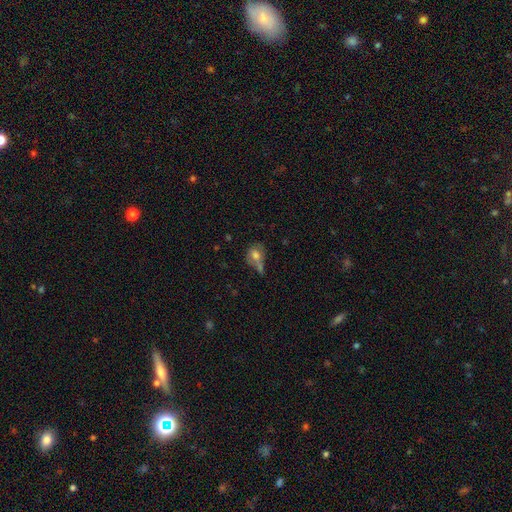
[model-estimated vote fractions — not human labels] Smooth or featured? Predicted: smooth (p=0.68). How rounded? Predicted: in between (p=0.54). Merging? Predicted: none (p=0.36).